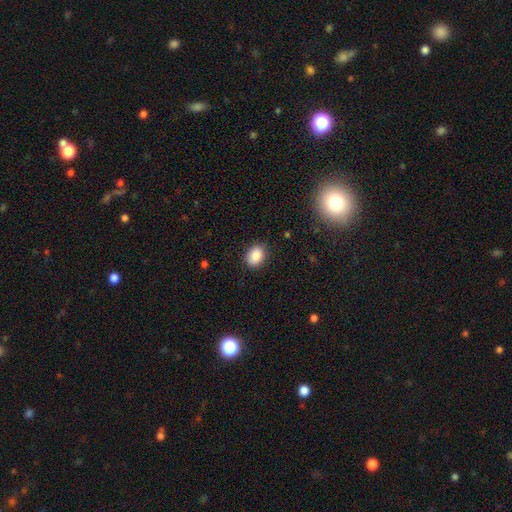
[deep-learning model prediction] This appears to be a smooth galaxy with no disk features (88%) that is in between round and cigar-shaped (71%). Merging: none (85%).